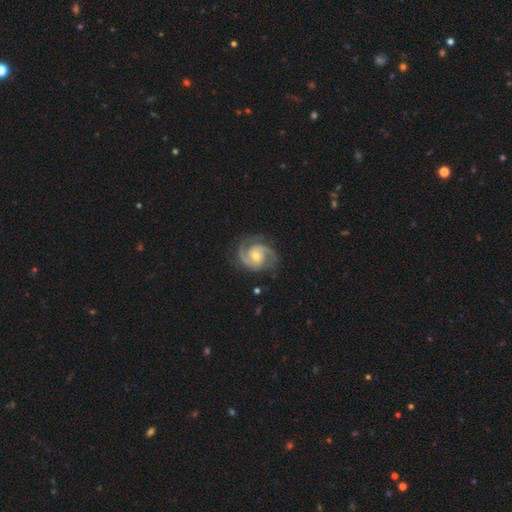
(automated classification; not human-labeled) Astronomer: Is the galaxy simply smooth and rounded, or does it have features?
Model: featured or disk — 91%.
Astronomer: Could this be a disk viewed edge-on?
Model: no — 98%.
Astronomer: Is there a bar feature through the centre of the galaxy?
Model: no — 60%.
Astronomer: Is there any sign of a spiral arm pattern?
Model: yes — 98%.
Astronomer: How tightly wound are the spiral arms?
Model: medium — 49% (runner-up: tight, 42%).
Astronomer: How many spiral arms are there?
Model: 2 — 84%.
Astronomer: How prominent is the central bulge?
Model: moderate — 56% (runner-up: small, 40%).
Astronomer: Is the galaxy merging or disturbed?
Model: none — 79%.